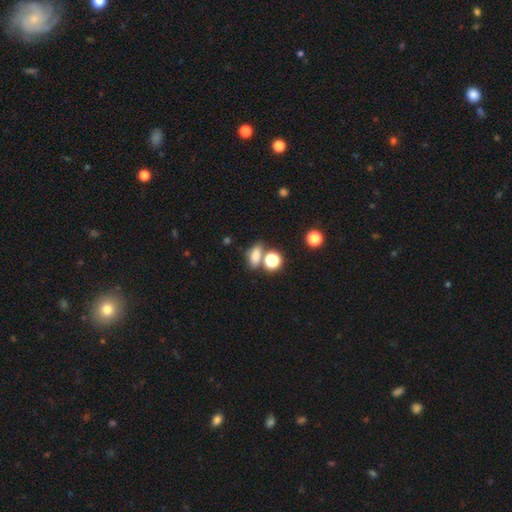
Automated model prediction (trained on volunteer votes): smooth-or-featured: smooth: 77% | star or artifact: 16% | featured or disk: 7%
  how-rounded: in between: 72% | round: 23% | cigar-shaped: 5%
  merging: none: 57% | merger: 24% | minor disturbance: 13% | major disturbance: 6%